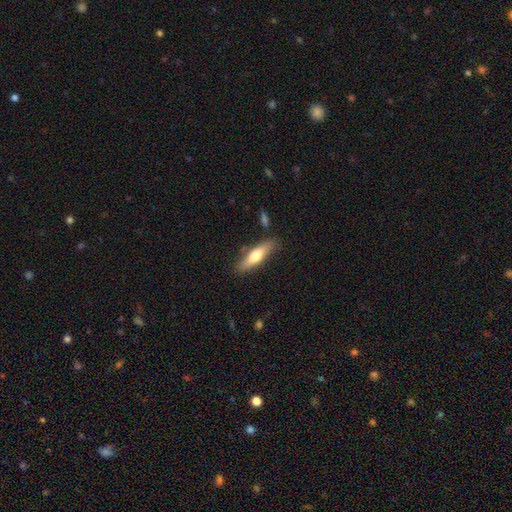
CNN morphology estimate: Overall: smooth (61%; featured or disk 33%). How rounded: cigar-shaped (64%; in between 34%). Merging: none (80%).